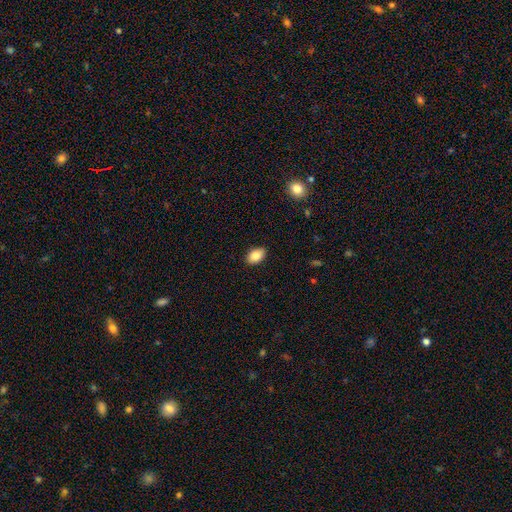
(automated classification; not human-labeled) Overall: smooth (86%). How rounded: in between (88%). Merging: none (88%).